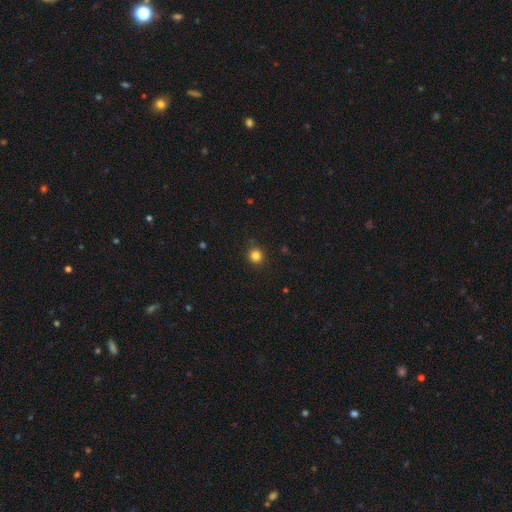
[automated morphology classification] This appears to be a smooth galaxy with no disk features (83%) that is round (92%). Merging: none (90%).